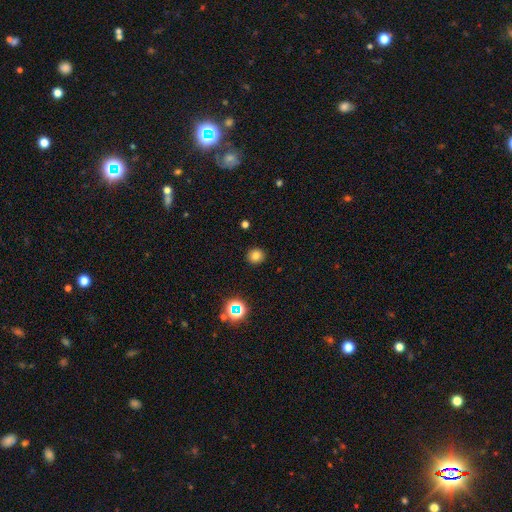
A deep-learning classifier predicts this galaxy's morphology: smooth-or-featured: smooth: 78% | star or artifact: 16% | featured or disk: 6%
  how-rounded: round: 90% | in between: 9% | cigar-shaped: 1%
  merging: none: 91% | minor disturbance: 6% | major disturbance: 2% | merger: 1%